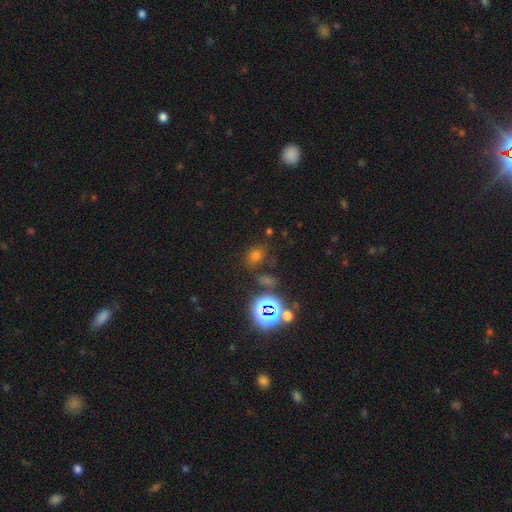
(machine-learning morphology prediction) Smooth or featured? Predicted: smooth (p=0.56). How rounded? Predicted: in between (p=0.53). Merging? Predicted: none (p=0.73).